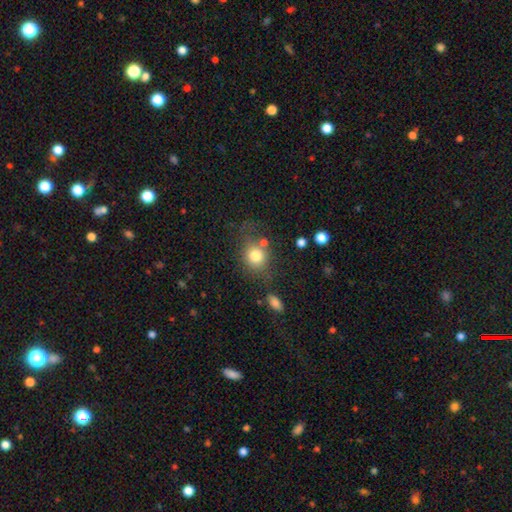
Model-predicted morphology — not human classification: smooth_or_featured: smooth (p=0.78) [alt: star or artifact p=0.11]
how_rounded: round (p=0.70) [alt: in between p=0.29]
merging: none (p=0.61) [alt: minor disturbance p=0.18]